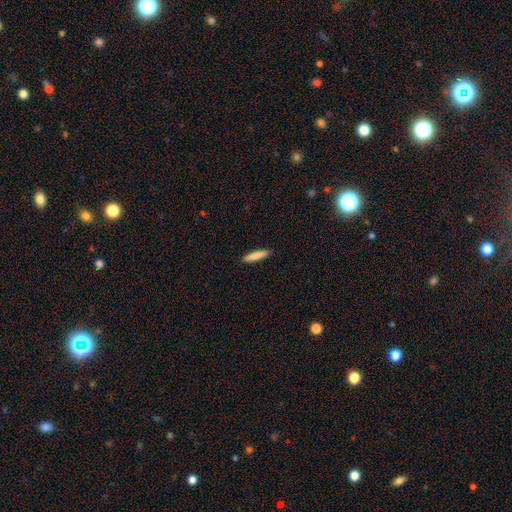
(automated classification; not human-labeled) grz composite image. It shows a smooth galaxy with no disk features (87%) that is cigar-shaped (87%). Merging: none (91%).